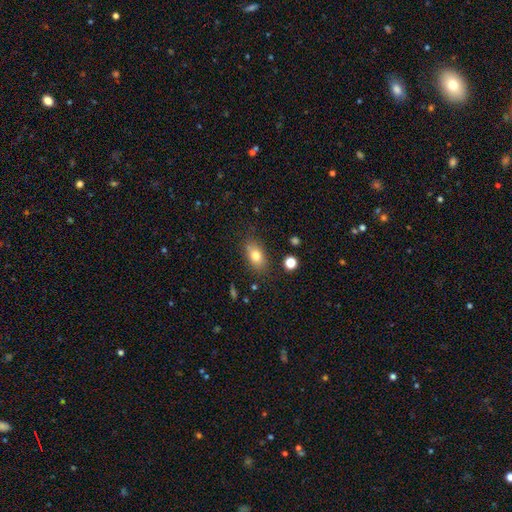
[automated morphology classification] type=smooth (78%); roundness=in between (84%); merging=none (80%).